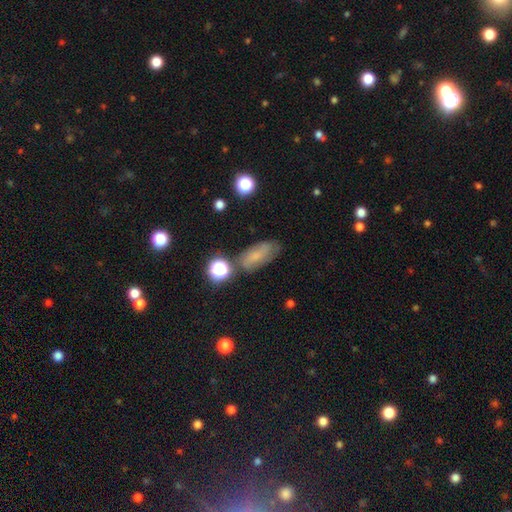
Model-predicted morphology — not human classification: Smooth or featured: smooth — 55% (featured or disk — 30%)
How rounded: in between — 80% (cigar-shaped — 12%)
Merging: none — 65% (minor disturbance — 22%)